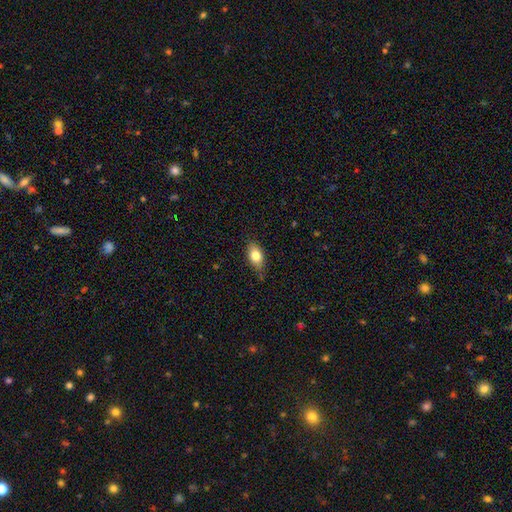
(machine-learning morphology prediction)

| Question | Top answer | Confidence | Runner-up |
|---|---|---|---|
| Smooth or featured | smooth | 78% | featured or disk (14%) |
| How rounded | in between | 86% | round (8%) |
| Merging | none | 74% | minor disturbance (21%) |